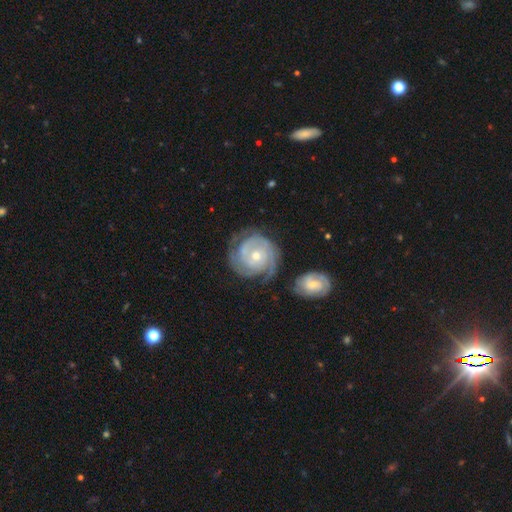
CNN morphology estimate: A featured or disk galaxy (85%) with no bar (75%), 2 (33%) tight (74%) spiral arms (95%) and a moderate central bulge (55%).

Vote fractions:
- Smooth or featured? featured or disk: 85% / smooth: 10% / star or artifact: 5%
- Edge-on disk? no: 98% / yes: 2%
- Bar? no: 75% / weak: 21% / strong: 5%
- Spiral arms? yes: 95% / no: 5%
- Spiral winding? tight: 74% / medium: 21% / loose: 5%
- Spiral arm count? 2: 33% / 3: 26% / can't tell: 24% / 4: 7% / 1: 6% / more than 4: 5%
- Bulge size? moderate: 55% / small: 41% / large: 2% / none: 1% / dominant: 1%
- Merging? none: 62% / minor disturbance: 20% / major disturbance: 10% / merger: 8%